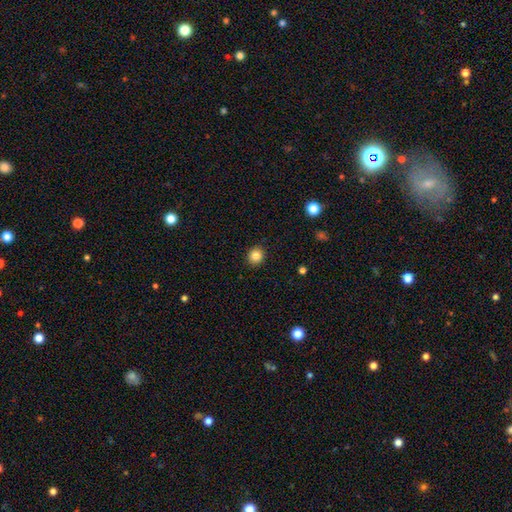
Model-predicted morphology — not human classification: Q: Smooth or featured?
A: smooth (85%); runner-up: star or artifact (11%)
Q: How rounded?
A: round (85%); runner-up: in between (15%)
Q: Merging?
A: none (91%); runner-up: minor disturbance (6%)